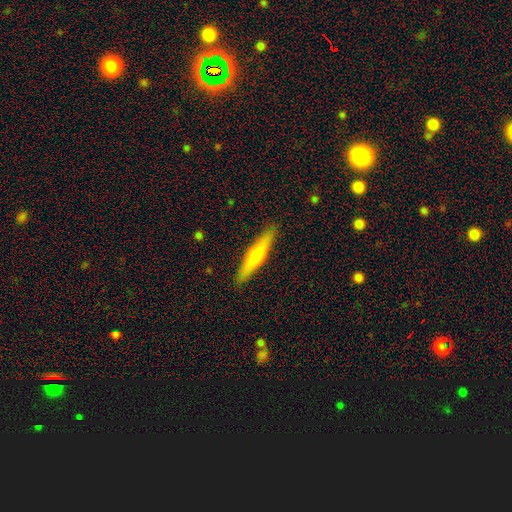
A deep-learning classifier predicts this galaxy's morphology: Smooth or featured?
  - smooth: 50% *
  - featured or disk: 44%
  - star or artifact: 6%
How rounded?
  - cigar-shaped: 87% *
  - in between: 11%
  - round: 2%
Merging?
  - none: 90% *
  - minor disturbance: 7%
  - major disturbance: 2%
  - merger: 1%